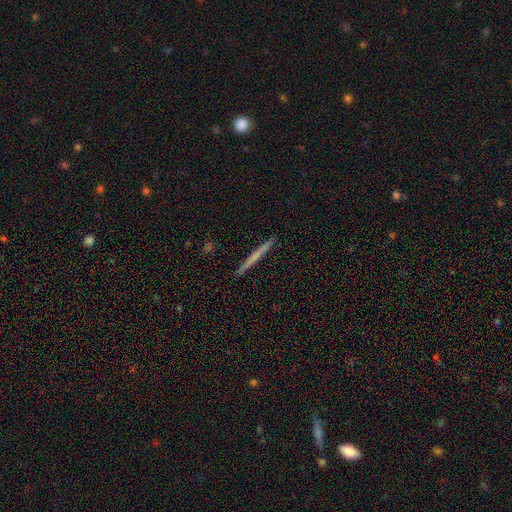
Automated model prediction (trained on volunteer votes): The model was most divided on "smooth or featured": featured or disk: 48%, smooth: 46%, star or artifact: 6%. More confident: merging — none (93%).